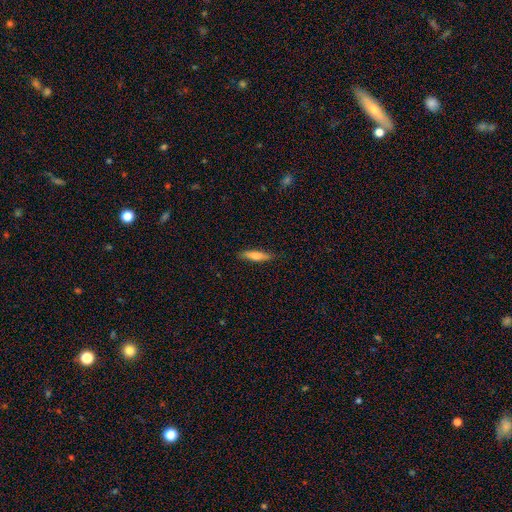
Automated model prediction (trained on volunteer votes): Smooth or featured?
  - smooth: 72% *
  - featured or disk: 22%
  - star or artifact: 6%
How rounded?
  - cigar-shaped: 76% *
  - in between: 22%
  - round: 2%
Merging?
  - none: 86% *
  - minor disturbance: 11%
  - major disturbance: 2%
  - merger: 1%